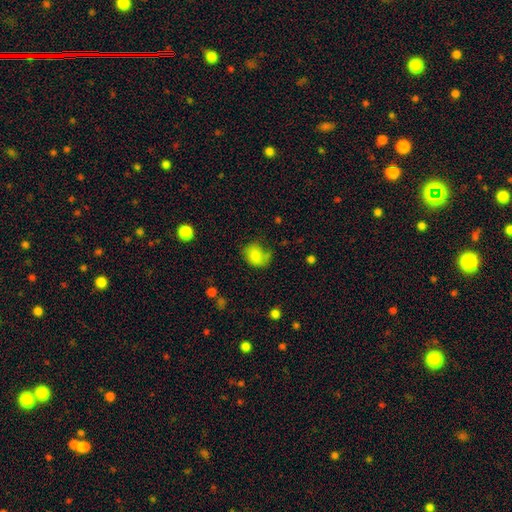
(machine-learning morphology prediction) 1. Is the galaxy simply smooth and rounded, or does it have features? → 79% smooth, 11% featured or disk, 10% star or artifact.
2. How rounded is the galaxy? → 50% in between, 49% round, 1% cigar-shaped.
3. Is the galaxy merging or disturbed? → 49% none, 30% minor disturbance, 16% major disturbance, 5% merger.